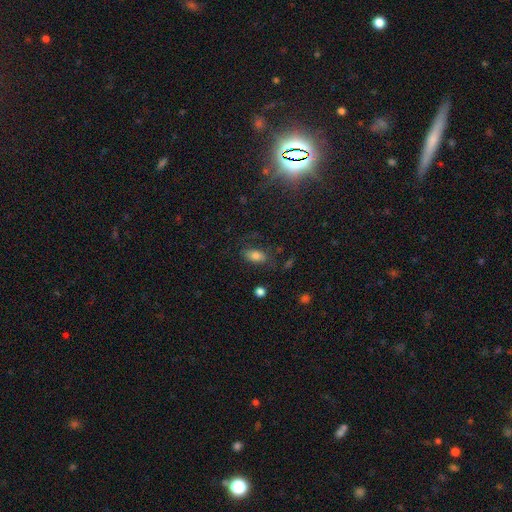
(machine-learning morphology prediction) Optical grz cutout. It shows a smooth galaxy with no disk features (74%) that is in between round and cigar-shaped (89%). Merging: none (69%).